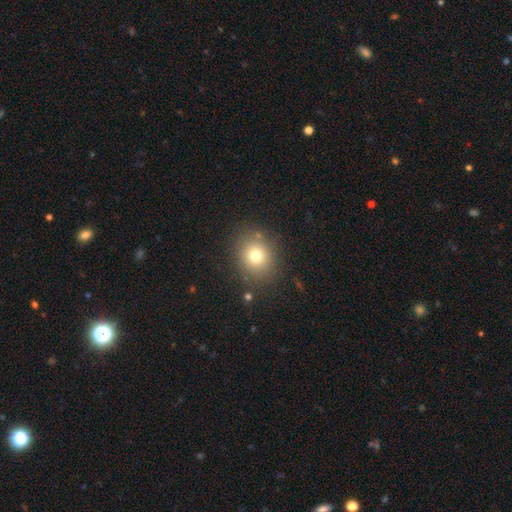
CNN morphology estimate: Q: Smooth or featured?
A: smooth (75%); runner-up: star or artifact (14%)
Q: How rounded?
A: round (73%); runner-up: in between (26%)
Q: Merging?
A: none (83%); runner-up: minor disturbance (10%)